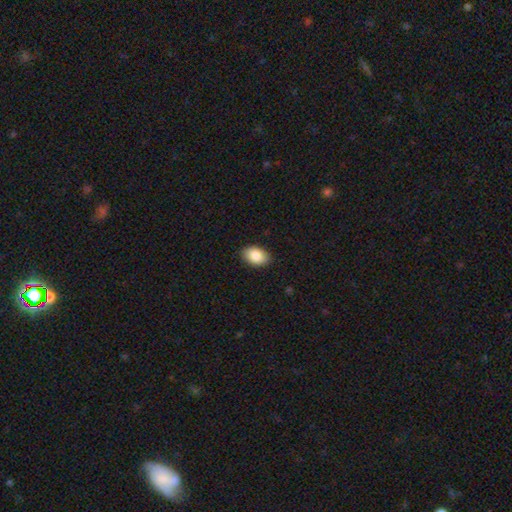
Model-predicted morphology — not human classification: Smooth or featured: smooth — 87% (star or artifact — 7%)
How rounded: in between — 87% (round — 12%)
Merging: none — 88% (minor disturbance — 9%)